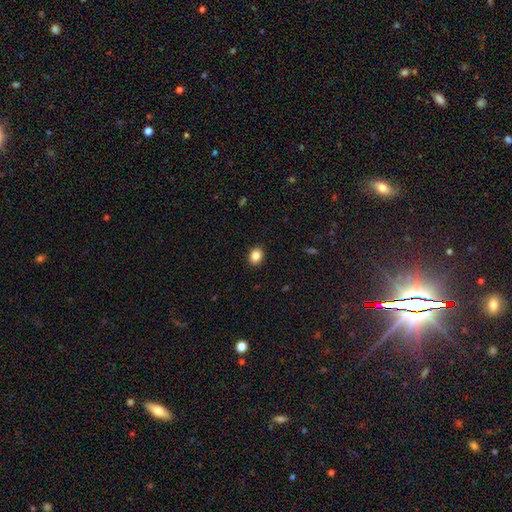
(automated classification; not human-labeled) Smooth or featured? Predicted: smooth (p=0.86). How rounded? Predicted: in between (p=0.53). Merging? Predicted: none (p=0.90).